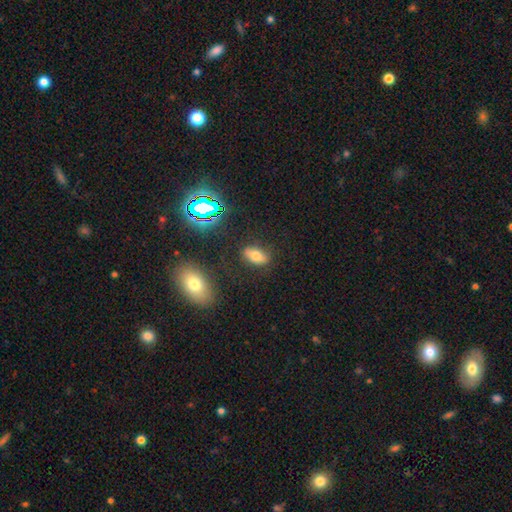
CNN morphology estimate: The model was most divided on "smooth or featured": smooth: 69%, star or artifact: 17%, featured or disk: 13%. More confident: how rounded — in between (87%); merging — none (81%).